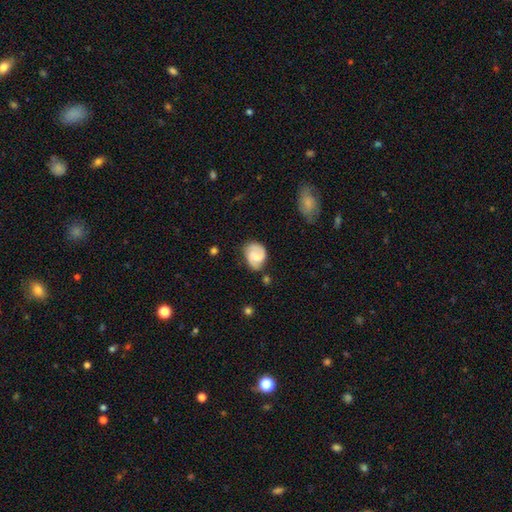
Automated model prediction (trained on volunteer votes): This appears to be a featured or disk galaxy (56%) with a weak bar (45%, tied with no), spiral arms (90%) and a small central bulge (36%). Merging: none (61%).